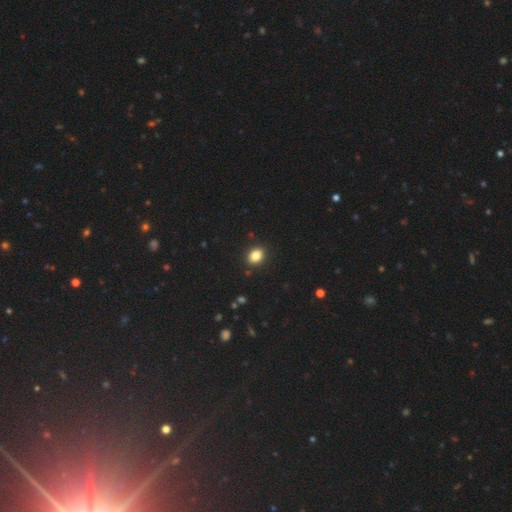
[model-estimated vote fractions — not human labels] Smooth or featured? smooth (84%)
How rounded? in between (57%)
Merging? none (90%)